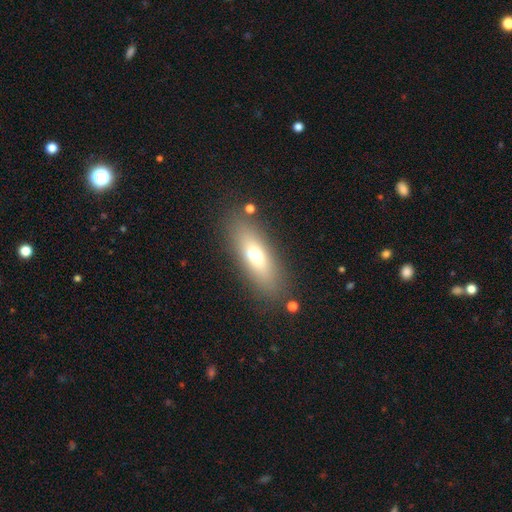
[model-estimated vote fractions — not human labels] Q: Smooth or featured?
A: smooth (65%); runner-up: featured or disk (25%)
Q: How rounded?
A: in between (58%); runner-up: cigar-shaped (39%)
Q: Merging?
A: none (84%); runner-up: minor disturbance (10%)